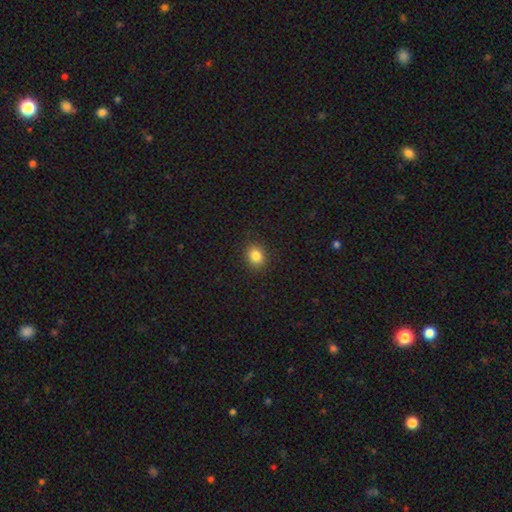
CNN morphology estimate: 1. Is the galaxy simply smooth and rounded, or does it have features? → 84% smooth, 11% star or artifact, 5% featured or disk.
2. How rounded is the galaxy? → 63% round, 36% in between, 1% cigar-shaped.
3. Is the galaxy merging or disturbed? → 90% none, 7% minor disturbance, 2% major disturbance, 1% merger.